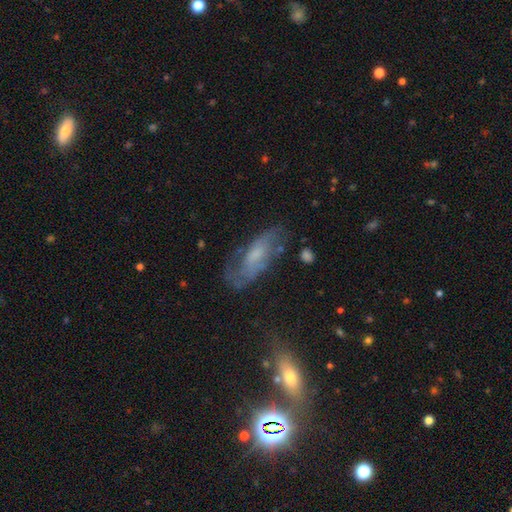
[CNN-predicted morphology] Overall: featured or disk (55%; smooth 35%). Edge-on disk: no (85%). Merging: none (57%; minor disturbance 25%).